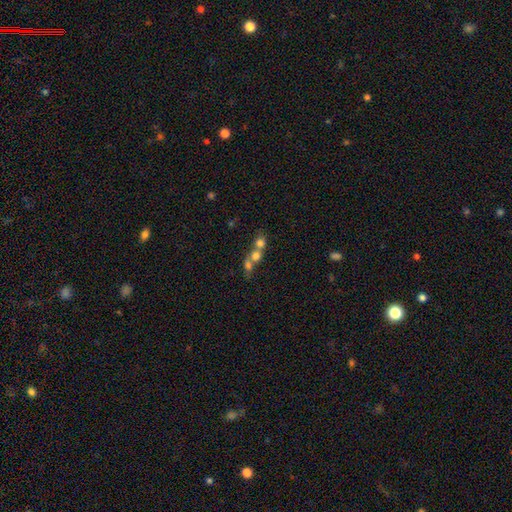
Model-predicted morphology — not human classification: Smooth or featured: smooth — 65% (featured or disk — 20%)
How rounded: round — 75% (in between — 22%)
Merging: merger — 65% (none — 25%)